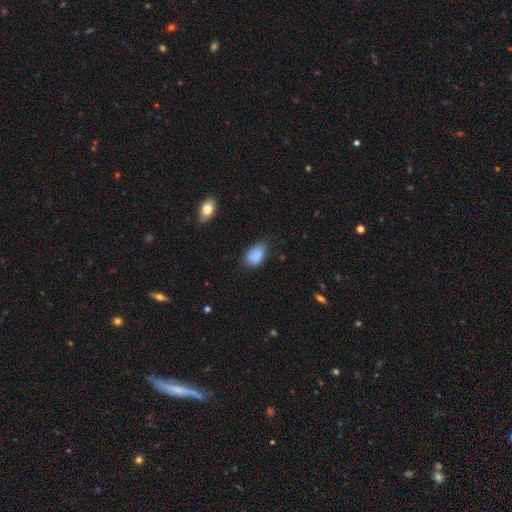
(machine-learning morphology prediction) This appears to be a smooth galaxy with no disk features (86%) that is in between round and cigar-shaped (89%). Merging: none (61%).